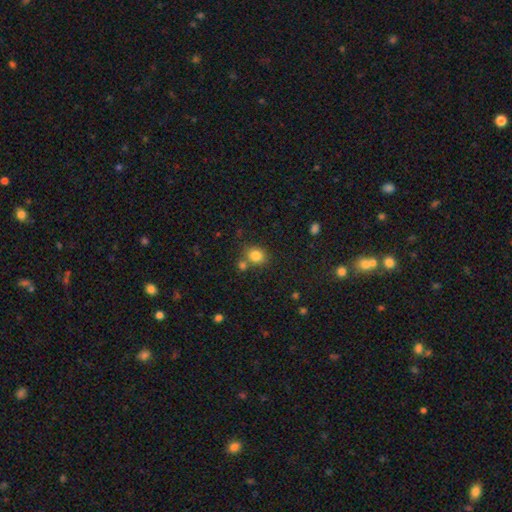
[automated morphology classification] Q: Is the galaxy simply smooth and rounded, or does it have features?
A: smooth — 83%.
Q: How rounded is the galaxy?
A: round — 72%.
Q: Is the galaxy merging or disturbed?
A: none — 68%.